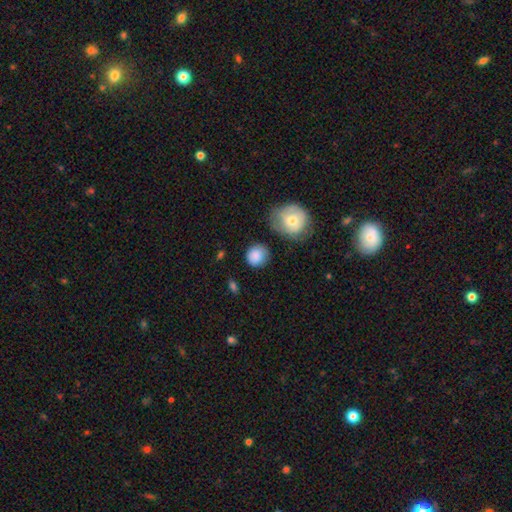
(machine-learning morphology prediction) smooth-or-featured: smooth: 87% | star or artifact: 7% | featured or disk: 6%
  how-rounded: round: 86% | in between: 13% | cigar-shaped: 1%
  merging: none: 75% | minor disturbance: 16% | major disturbance: 5% | merger: 4%